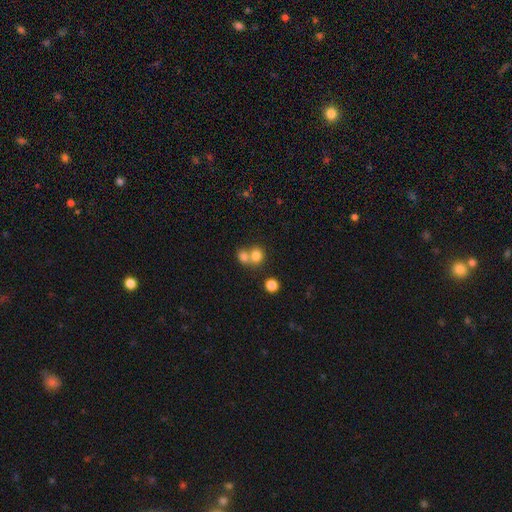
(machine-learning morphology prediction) Smooth or featured? smooth (77%)
How rounded? round (70%)
Merging? merger (55%)